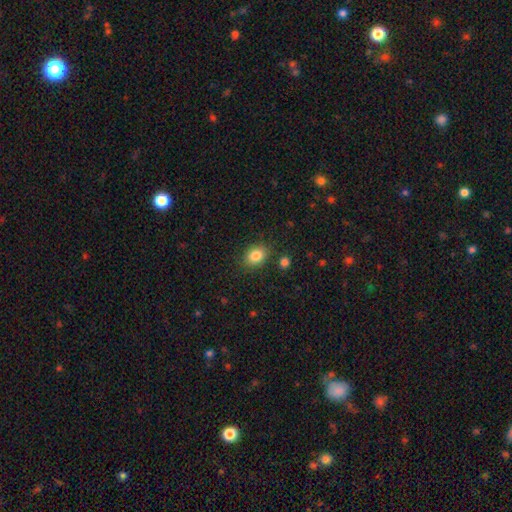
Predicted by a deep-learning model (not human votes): Smooth or featured? smooth (84%)
How rounded? in between (65%)
Merging? none (82%)